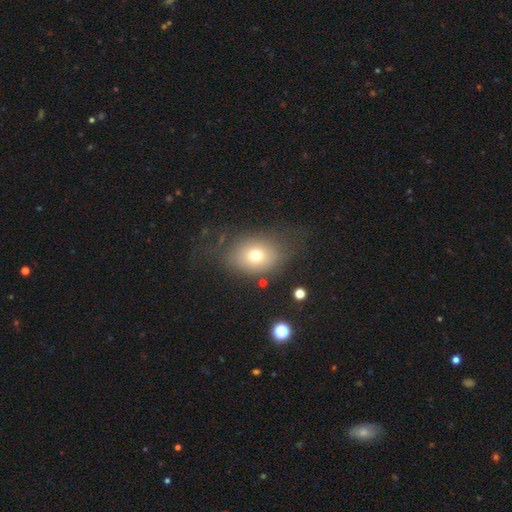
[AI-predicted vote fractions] This is likely a smooth galaxy (70%). How rounded: possibly in between (56%). Merging: likely none (66%).